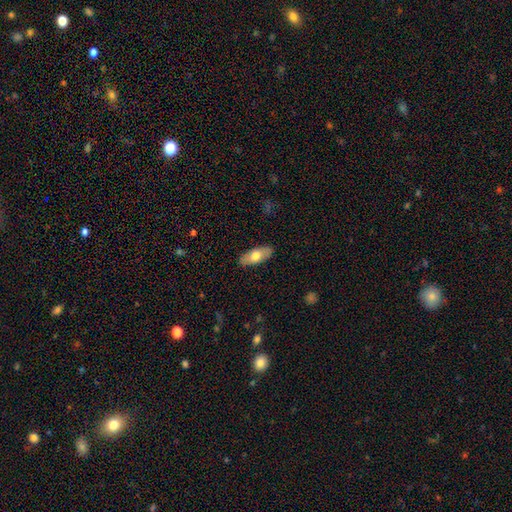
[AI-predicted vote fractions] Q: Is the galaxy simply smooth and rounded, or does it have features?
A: smooth — 69%.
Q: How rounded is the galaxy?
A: in between — 81%.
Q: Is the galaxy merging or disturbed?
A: none — 88%.